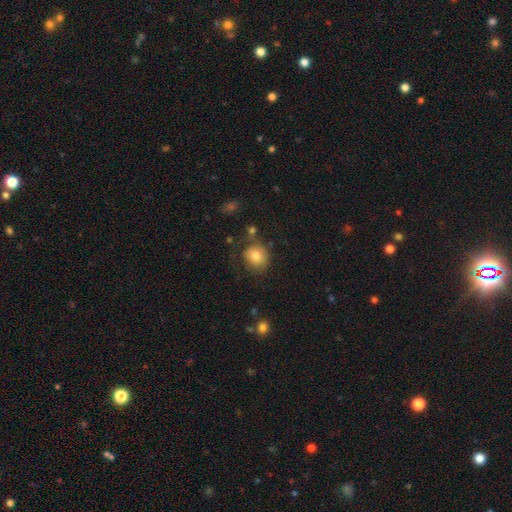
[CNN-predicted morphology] Overall: smooth (81%). How rounded: round (75%). Merging: none (68%).